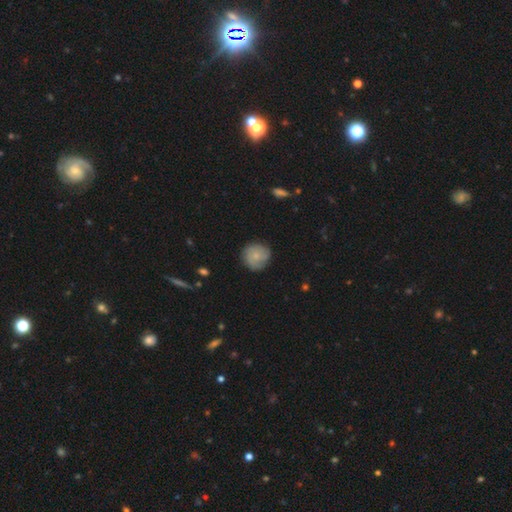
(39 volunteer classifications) A smooth galaxy with no disk features (67%) that is round (100%).

Vote fractions:
- Smooth or featured? smooth: 67% / featured or disk: 31% / star or artifact: 3%
- How rounded? round: 100% / in between: 0% / cigar-shaped: 0%
- Merging? none: 89% / minor disturbance: 5% / major disturbance: 3% / merger: 3%